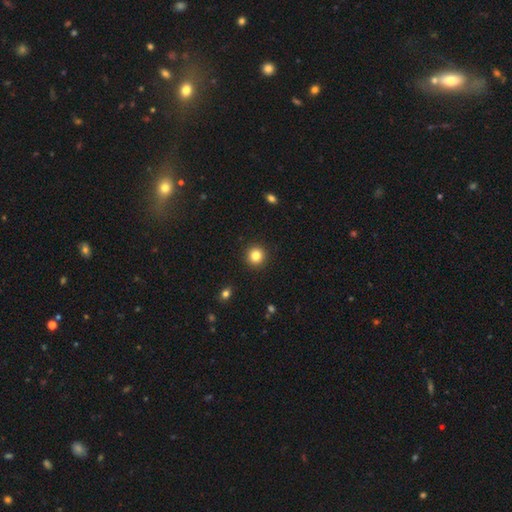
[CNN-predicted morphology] Smooth or featured: smooth — 83% (star or artifact — 11%)
How rounded: round — 94% (in between — 5%)
Merging: none — 93% (minor disturbance — 5%)